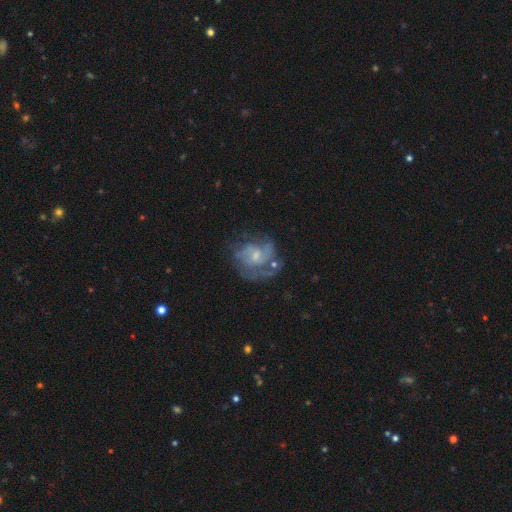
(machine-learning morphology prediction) Smooth or featured? Predicted: featured or disk (p=0.77). Edge-on disk? Predicted: no (p=0.98). Bar? Predicted: no (p=0.61). Spiral arms? Predicted: yes (p=0.82). Spiral winding? Predicted: medium (p=0.45). Spiral arm count? Predicted: can't tell (p=0.33). Bulge size? Predicted: small (p=0.54). Merging? Predicted: none (p=0.50).